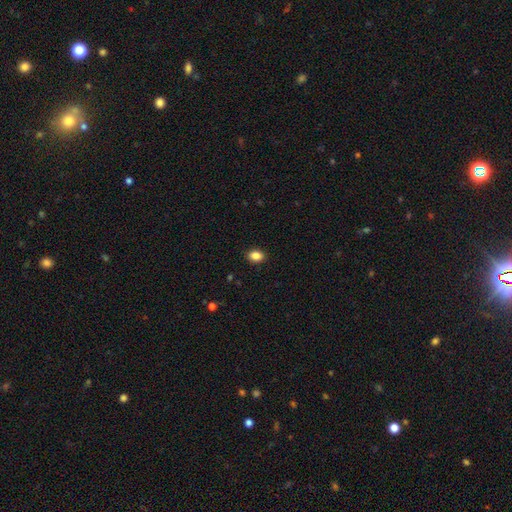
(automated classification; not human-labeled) Overall: smooth (87%). How rounded: in between (74%). Merging: none (90%).